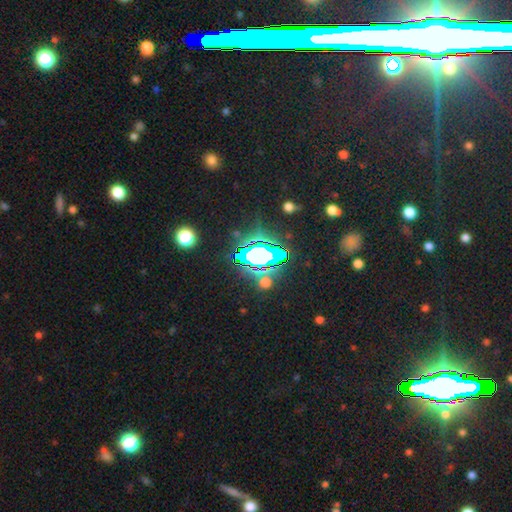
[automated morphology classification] The model was most divided on "smooth or featured": star or artifact: 75%, smooth: 15%, featured or disk: 10%.